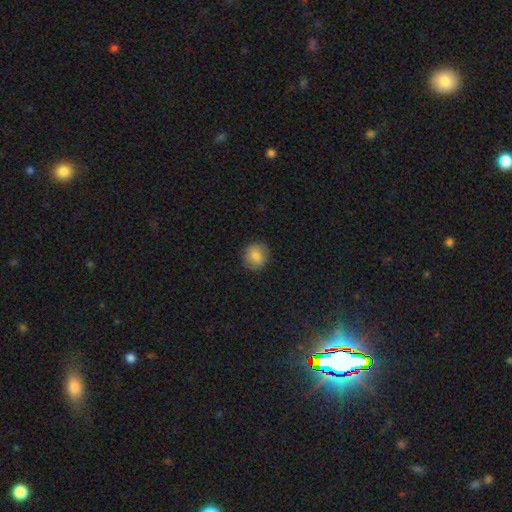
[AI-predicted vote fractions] Morphology: type=smooth (80%); roundness=round (85%); merging=none (86%).